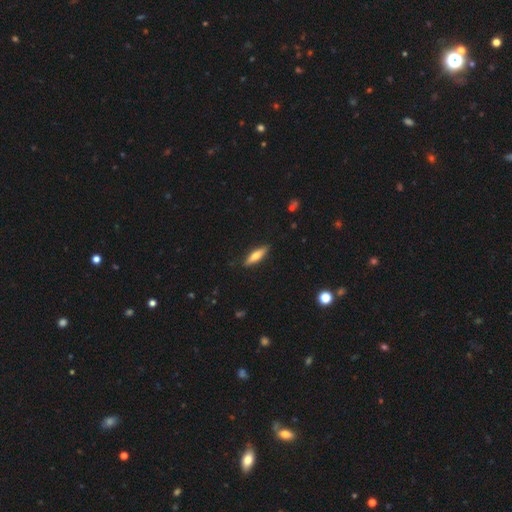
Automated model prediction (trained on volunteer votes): A smooth galaxy with no disk features (61%) that is cigar-shaped (67%). Merging: none (87%).